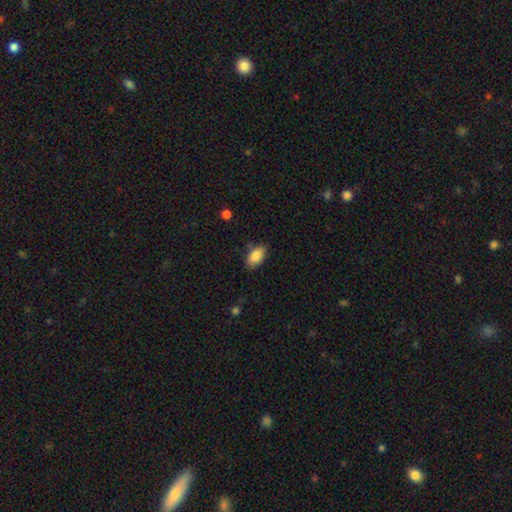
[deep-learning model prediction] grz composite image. It shows a smooth galaxy with no disk features (87%) that is in between round and cigar-shaped (93%). Merging: none (80%).